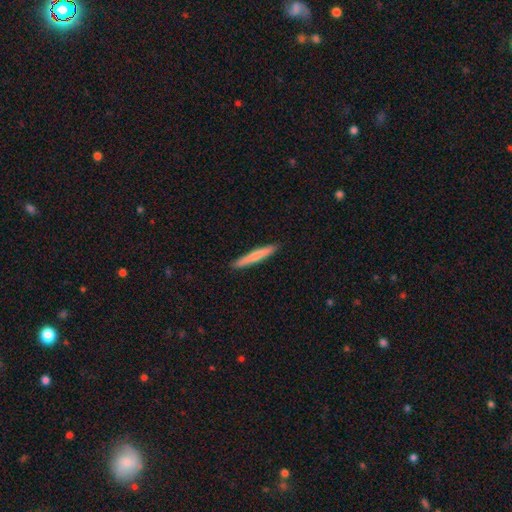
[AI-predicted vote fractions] Morphology: type=smooth (70%); roundness=cigar-shaped (96%); merging=none (91%).